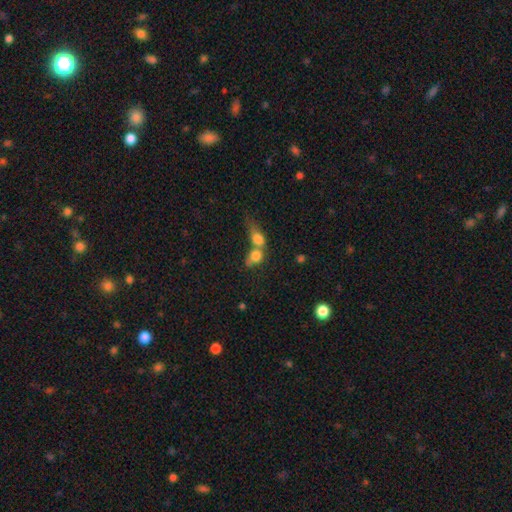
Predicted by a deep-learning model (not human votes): A smooth galaxy with no disk features (76%) that is round (51%).

Vote fractions:
- Smooth or featured? smooth: 76% / featured or disk: 14% / star or artifact: 9%
- How rounded? round: 51% / in between: 45% / cigar-shaped: 3%
- Merging? merger: 72% / none: 16% / major disturbance: 6% / minor disturbance: 6%